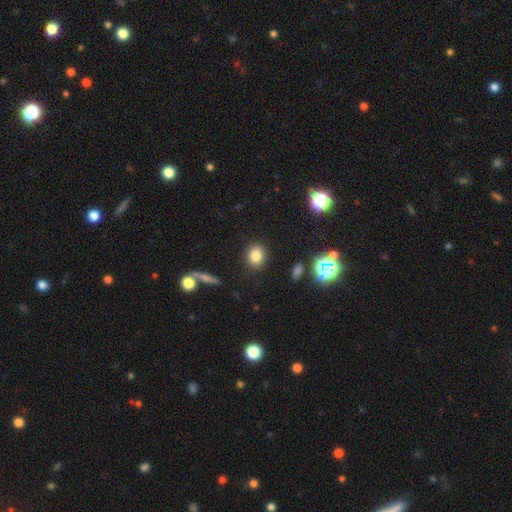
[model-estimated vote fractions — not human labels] The model was most divided on "how rounded": round: 63%, in between: 36%, cigar-shaped: 2%. More confident: merging — none (88%); smooth or featured — smooth (81%).